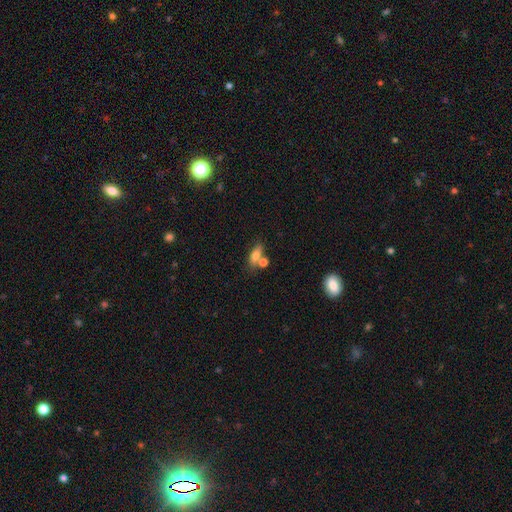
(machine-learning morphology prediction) smooth-or-featured: smooth: 72% | featured or disk: 18% | star or artifact: 9%
  how-rounded: in between: 70% | cigar-shaped: 21% | round: 8%
  merging: none: 53% | merger: 28% | minor disturbance: 13% | major disturbance: 5%